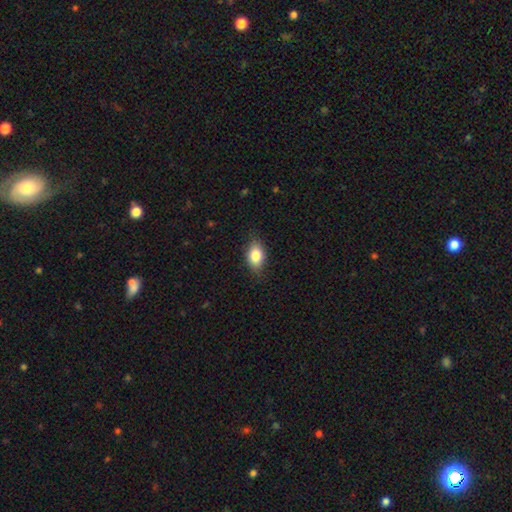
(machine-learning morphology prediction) smooth-or-featured: smooth: 83% | featured or disk: 9% | star or artifact: 8%
  how-rounded: in between: 84% | round: 13% | cigar-shaped: 3%
  merging: none: 80% | minor disturbance: 16% | major disturbance: 3% | merger: 1%